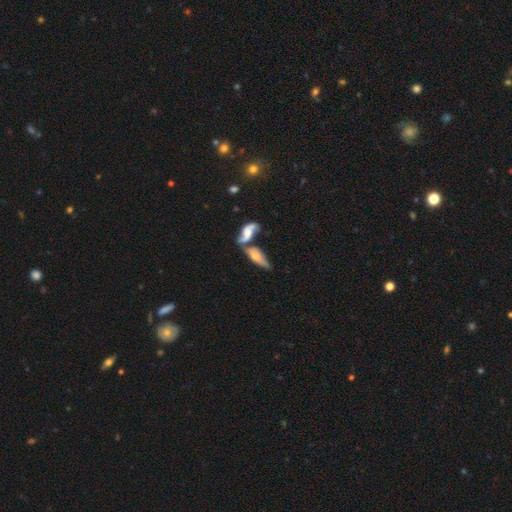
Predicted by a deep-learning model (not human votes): Overall: featured or disk (55%; smooth 38%). Edge-on disk: yes (58%; no 42%). Merging: merger (43%; none 36%).